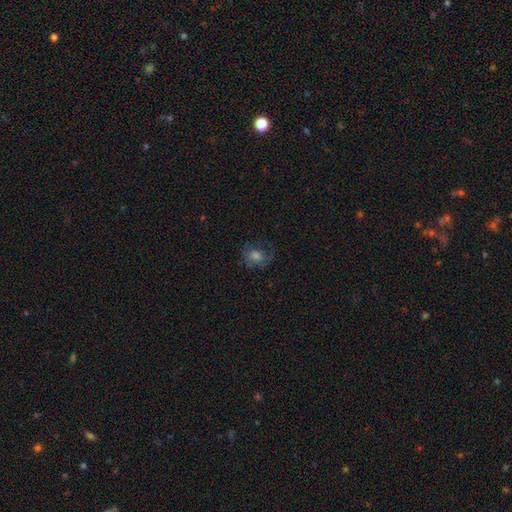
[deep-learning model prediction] This appears to be a smooth galaxy with no disk features (49%). Merging: none (64%).